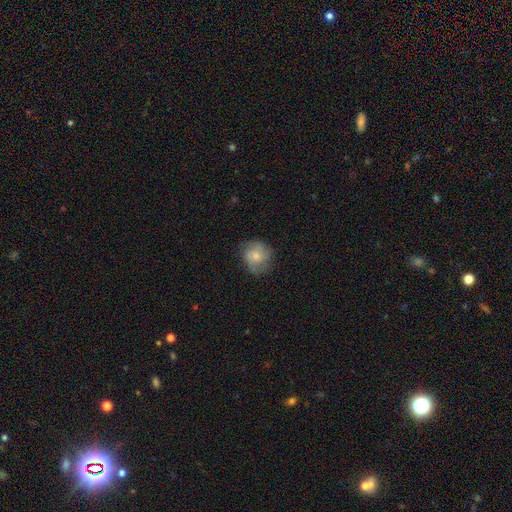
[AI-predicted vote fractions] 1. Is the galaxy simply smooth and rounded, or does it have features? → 59% smooth, 33% featured or disk, 8% star or artifact.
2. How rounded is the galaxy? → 82% round, 17% in between, 1% cigar-shaped.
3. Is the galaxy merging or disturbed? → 71% none, 21% minor disturbance, 7% major disturbance, 1% merger.